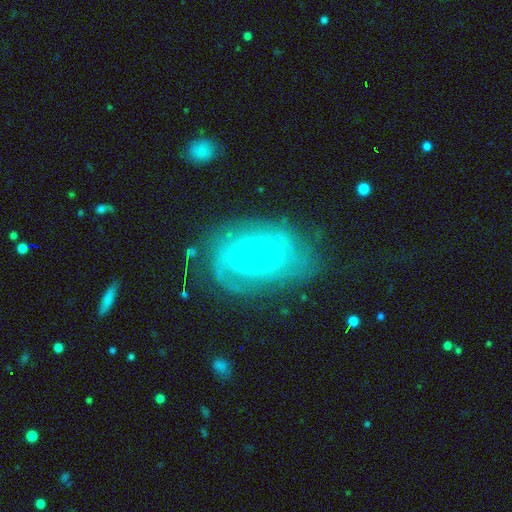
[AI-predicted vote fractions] Morphology: type=featured or disk (81%); edge-on=no (96%); bar=no (80%); spiral arms=yes (82%); winding=tight (68%); arm count=can't tell (40%); bulge=small (71%); merging=none (65%).